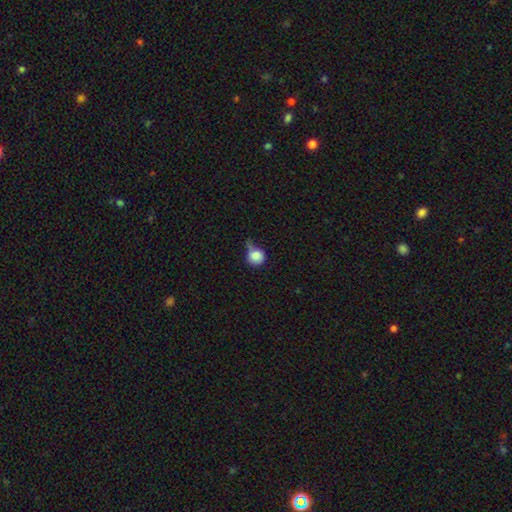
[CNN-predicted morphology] Q: Smooth or featured?
A: smooth (82%); runner-up: featured or disk (9%)
Q: How rounded?
A: round (85%); runner-up: in between (14%)
Q: Merging?
A: minor disturbance (36%); runner-up: none (33%)